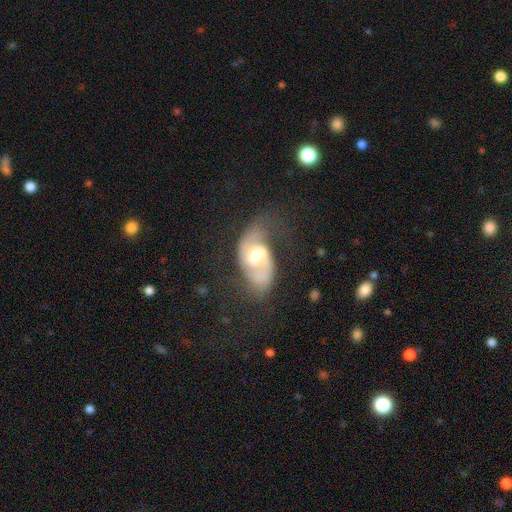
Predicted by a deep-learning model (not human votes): Smooth or featured?
  - featured or disk: 80% *
  - smooth: 14%
  - star or artifact: 6%
Edge-on disk?
  - no: 97% *
  - yes: 3%
Bar?
  - weak: 49% *
  - no: 37%
  - strong: 15%
Spiral arms?
  - yes: 90% *
  - no: 10%
Spiral winding?
  - medium: 47% *
  - loose: 37%
  - tight: 17%
Spiral arm count?
  - 2: 80% *
  - 1: 10%
  - can't tell: 8%
  - 3: 1%
  - 4: 1%
  - more than 4: 1%
Bulge size?
  - moderate: 64% *
  - small: 21%
  - large: 11%
  - none: 2%
  - dominant: 1%
Merging?
  - none: 40% *
  - major disturbance: 26%
  - minor disturbance: 23%
  - merger: 10%